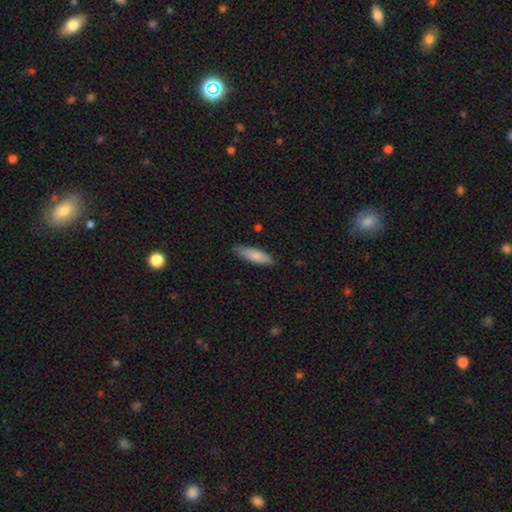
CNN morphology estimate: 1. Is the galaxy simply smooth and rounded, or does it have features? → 84% smooth, 10% featured or disk, 6% star or artifact.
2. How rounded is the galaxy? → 55% cigar-shaped, 44% in between, 2% round.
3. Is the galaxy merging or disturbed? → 80% none, 16% minor disturbance, 3% major disturbance, 1% merger.